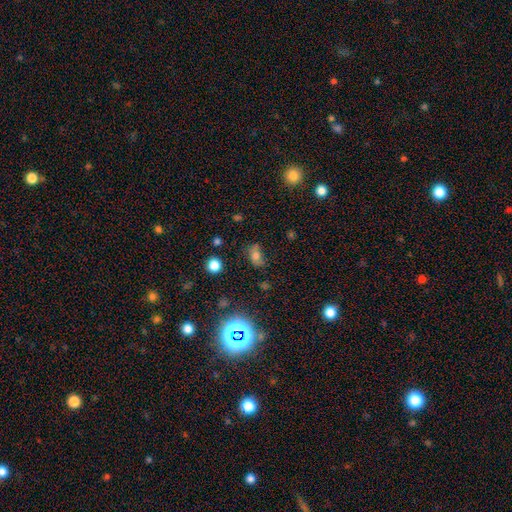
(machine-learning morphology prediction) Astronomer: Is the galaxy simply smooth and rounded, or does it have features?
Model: smooth — 68%.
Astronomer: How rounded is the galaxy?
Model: in between — 79%.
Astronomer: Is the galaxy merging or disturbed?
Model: none — 60%.